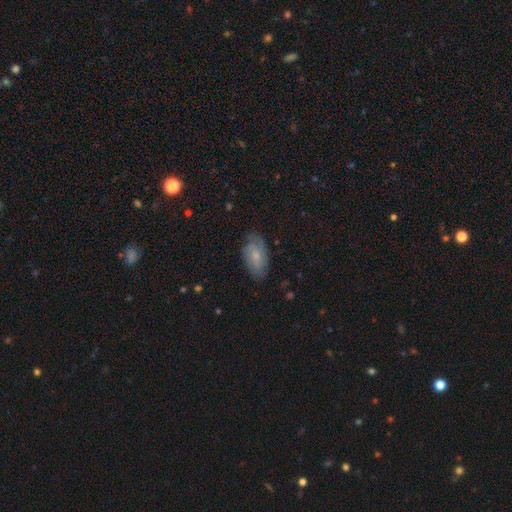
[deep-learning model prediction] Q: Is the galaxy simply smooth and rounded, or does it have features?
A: featured or disk — 47%.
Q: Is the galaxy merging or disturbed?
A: none — 75%.